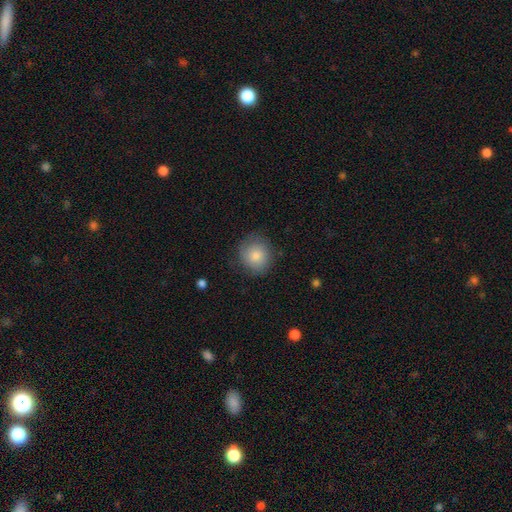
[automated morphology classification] Overall: smooth (81%). How rounded: round (86%). Merging: none (78%).